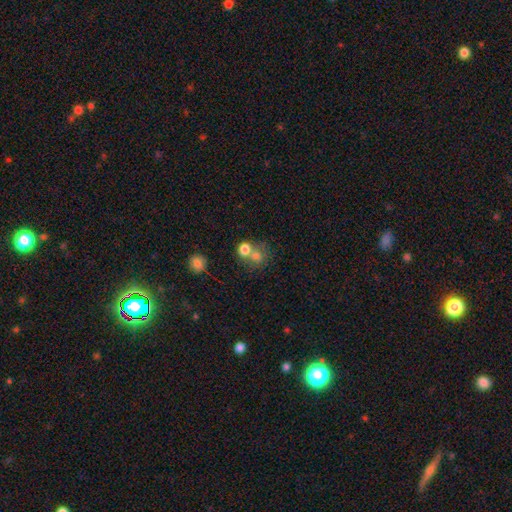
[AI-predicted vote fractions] Smooth or featured: smooth — 72% (featured or disk — 14%)
How rounded: round — 78% (in between — 21%)
Merging: merger — 51% (none — 37%)